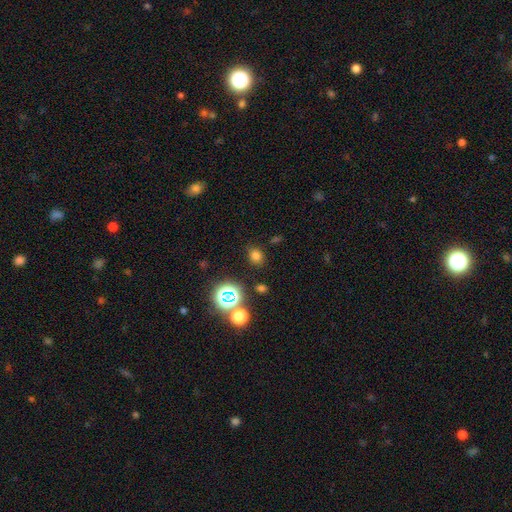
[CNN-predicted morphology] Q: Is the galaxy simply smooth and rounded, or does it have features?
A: smooth — 71%.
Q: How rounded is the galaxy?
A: round — 59%.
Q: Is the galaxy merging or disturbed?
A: none — 83%.